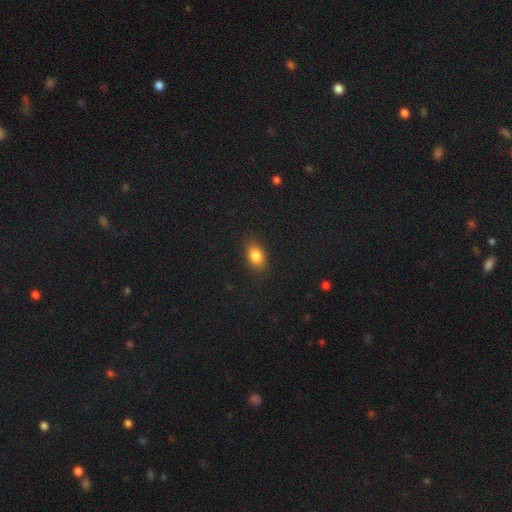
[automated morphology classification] smooth_or_featured: smooth (p=0.83) [alt: star or artifact p=0.10]
how_rounded: in between (p=0.84) [alt: round p=0.13]
merging: none (p=0.86) [alt: minor disturbance p=0.10]